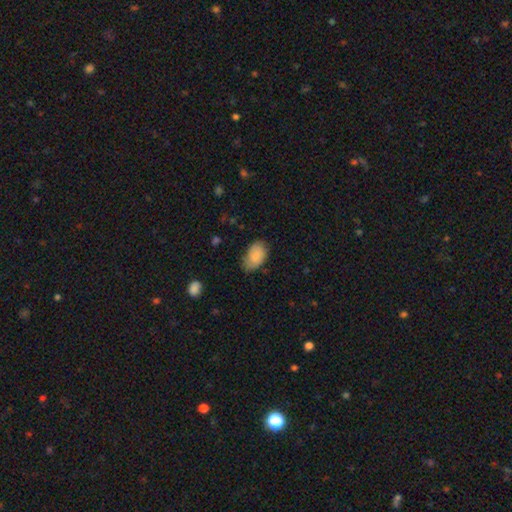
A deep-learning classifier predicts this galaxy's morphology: Q: Smooth or featured?
A: smooth (83%); runner-up: featured or disk (10%)
Q: How rounded?
A: in between (91%); runner-up: round (7%)
Q: Merging?
A: none (64%); runner-up: minor disturbance (28%)